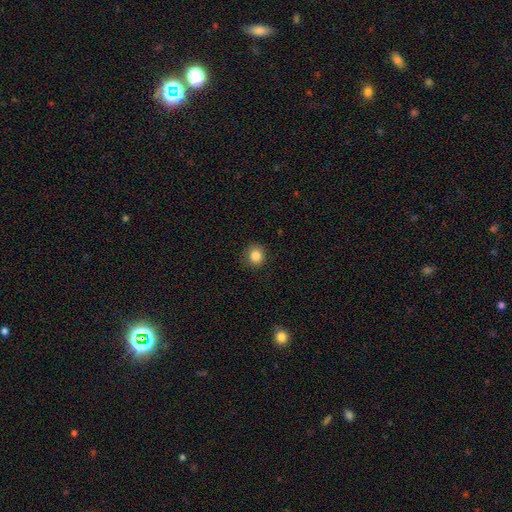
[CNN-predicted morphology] A smooth galaxy with no disk features (85%) that is round (86%). Merging: none (89%).